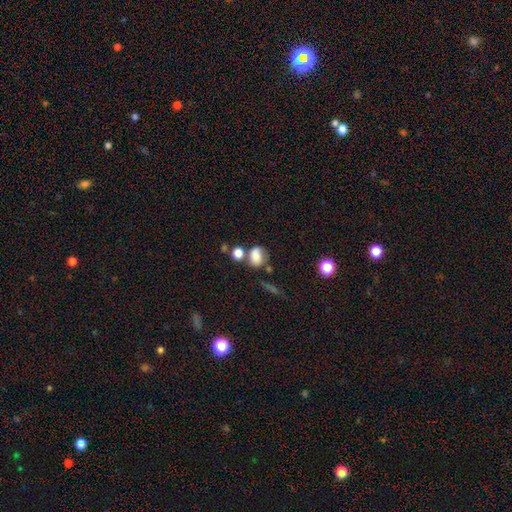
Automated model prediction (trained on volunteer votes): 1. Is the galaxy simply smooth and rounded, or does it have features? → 76% smooth, 12% featured or disk, 12% star or artifact.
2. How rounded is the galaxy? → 55% in between, 43% round, 1% cigar-shaped.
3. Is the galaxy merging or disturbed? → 45% none, 27% merger, 19% minor disturbance, 10% major disturbance.